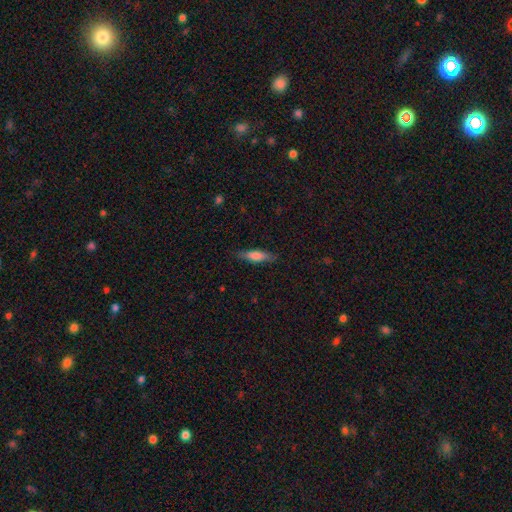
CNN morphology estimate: smooth_or_featured: smooth (p=0.69) [alt: featured or disk p=0.24]
how_rounded: cigar-shaped (p=0.65) [alt: in between p=0.33]
merging: none (p=0.84) [alt: minor disturbance p=0.12]